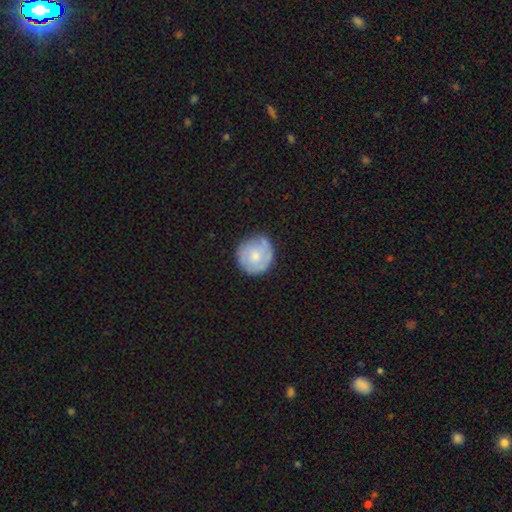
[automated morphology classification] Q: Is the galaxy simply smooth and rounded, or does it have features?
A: smooth — 58%.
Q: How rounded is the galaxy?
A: round — 93%.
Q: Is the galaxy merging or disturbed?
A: none — 74%.